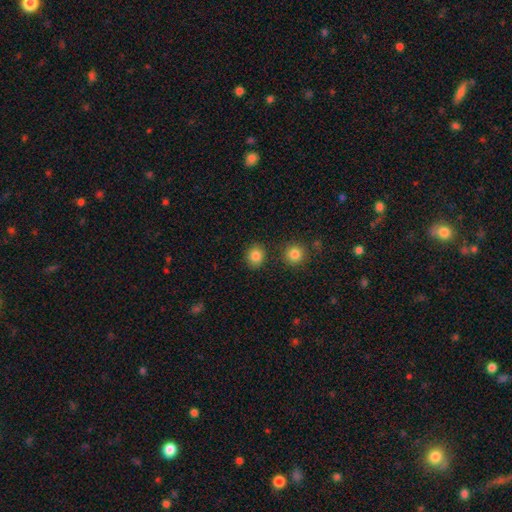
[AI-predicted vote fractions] Smooth or featured? Predicted: smooth (p=0.85). How rounded? Predicted: round (p=0.76). Merging? Predicted: none (p=0.84).